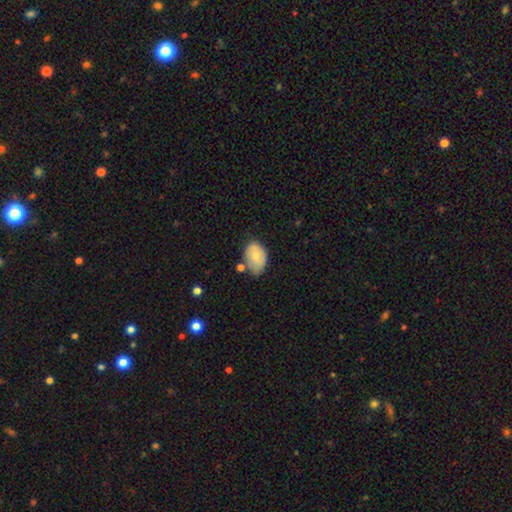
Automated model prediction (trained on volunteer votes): smooth-or-featured: smooth: 73% | featured or disk: 20% | star or artifact: 7%
  how-rounded: in between: 86% | round: 13% | cigar-shaped: 1%
  merging: none: 54% | minor disturbance: 30% | merger: 9% | major disturbance: 7%